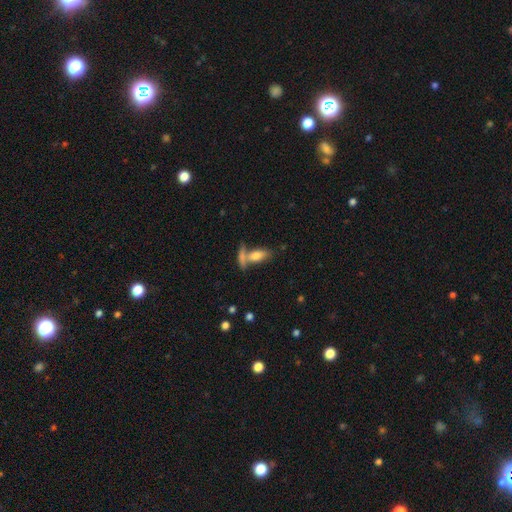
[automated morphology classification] smooth 72%, featured or disk 20%, star or artifact 8%. Down the decision tree: how rounded — in between (77%); merging — merger (45%).